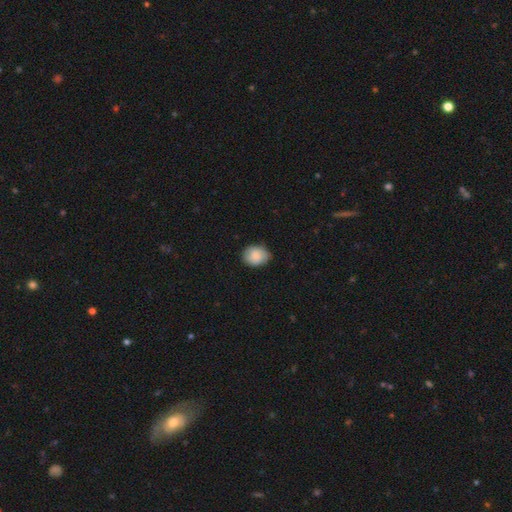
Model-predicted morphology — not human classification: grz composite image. It shows a smooth galaxy with no disk features (83%) that is round (54%). Merging: none (80%).